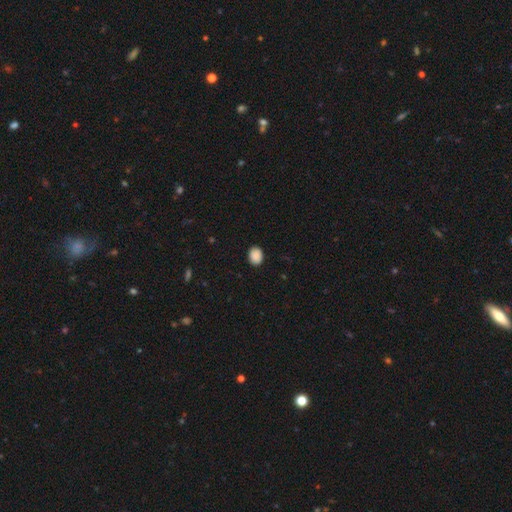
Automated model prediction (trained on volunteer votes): smooth 89%, star or artifact 8%, featured or disk 3%. Down the decision tree: how rounded — in between (59%); merging — none (89%).